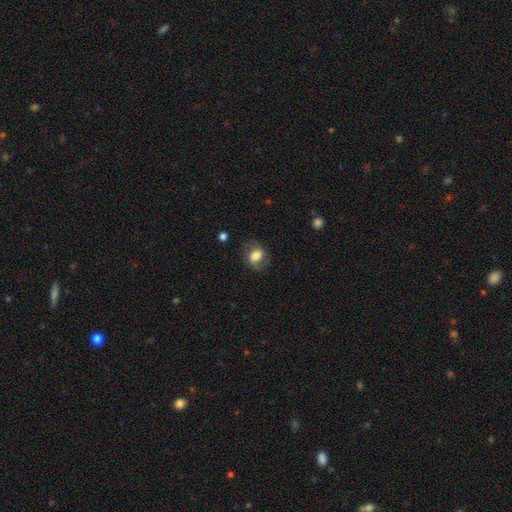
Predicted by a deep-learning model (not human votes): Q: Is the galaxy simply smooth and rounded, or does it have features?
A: smooth — 64%.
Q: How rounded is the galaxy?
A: in between — 60%.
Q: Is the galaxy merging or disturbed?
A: none — 70%.